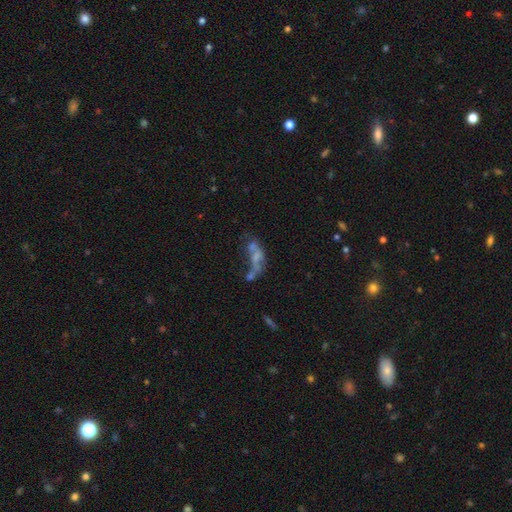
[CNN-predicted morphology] Smooth or featured? featured or disk (47%)
Merging? merger (42%)